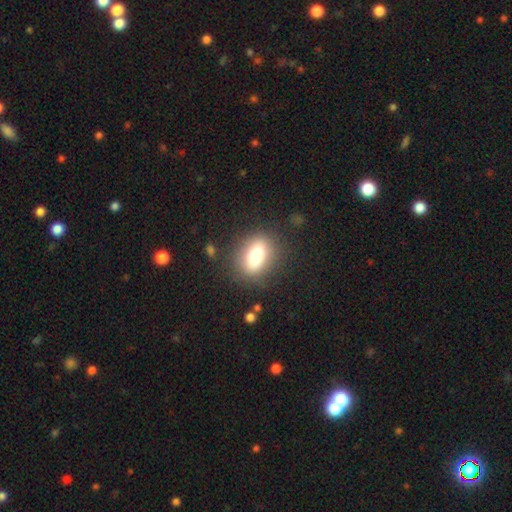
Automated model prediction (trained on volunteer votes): Morphology: type=smooth (76%); roundness=in between (75%); merging=none (80%).